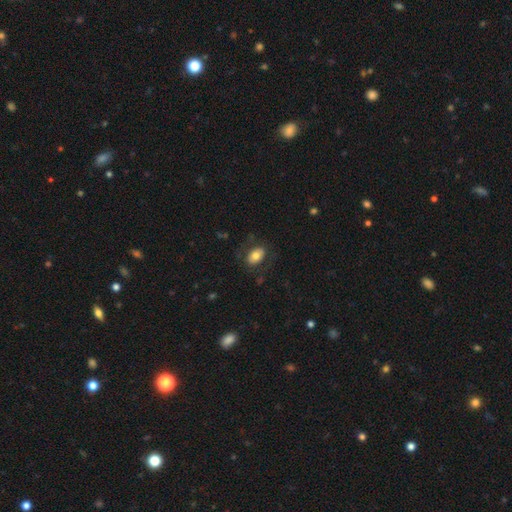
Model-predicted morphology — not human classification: This is likely a smooth galaxy (72%). How rounded: clearly in between (87%). Merging: likely none (77%).